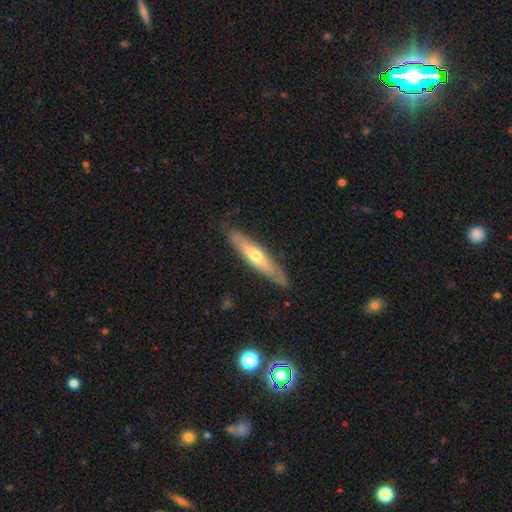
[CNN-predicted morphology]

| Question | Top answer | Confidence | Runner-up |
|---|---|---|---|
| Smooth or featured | featured or disk | 48% | smooth (47%) |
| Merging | none | 86% | minor disturbance (11%) |